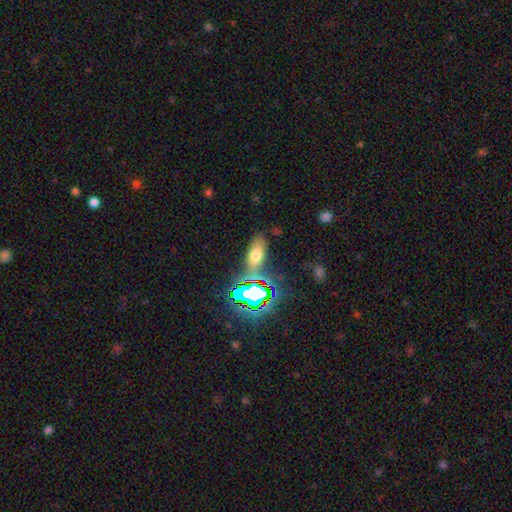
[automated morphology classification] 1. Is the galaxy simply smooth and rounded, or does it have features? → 54% smooth, 29% star or artifact, 17% featured or disk.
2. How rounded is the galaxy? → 77% in between, 16% cigar-shaped, 7% round.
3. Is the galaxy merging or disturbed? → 66% none, 16% minor disturbance, 10% merger, 8% major disturbance.